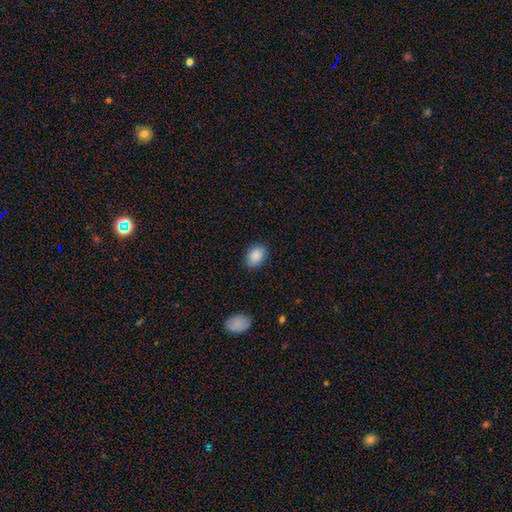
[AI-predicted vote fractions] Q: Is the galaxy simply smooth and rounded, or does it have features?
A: smooth — 89%.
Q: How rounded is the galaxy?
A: in between — 79%.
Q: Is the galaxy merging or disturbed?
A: none — 86%.